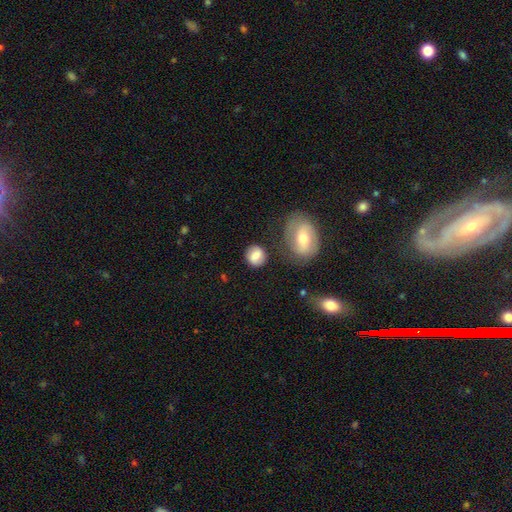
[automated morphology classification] Smooth or featured? Predicted: smooth (p=0.77). How rounded? Predicted: round (p=0.70). Merging? Predicted: none (p=0.72).